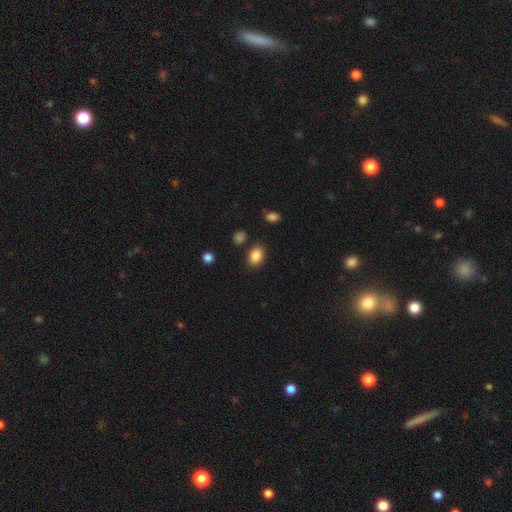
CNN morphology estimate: The model was most divided on "how rounded": in between: 77%, round: 22%, cigar-shaped: 1%. More confident: smooth or featured — smooth (86%); merging — none (82%).